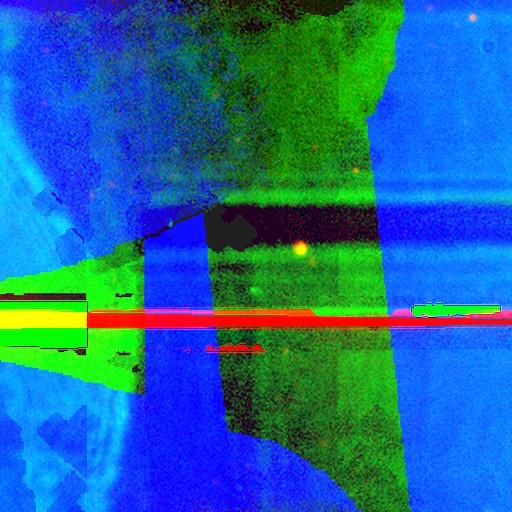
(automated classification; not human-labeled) smooth-or-featured: star or artifact: 87% | featured or disk: 8% | smooth: 5%